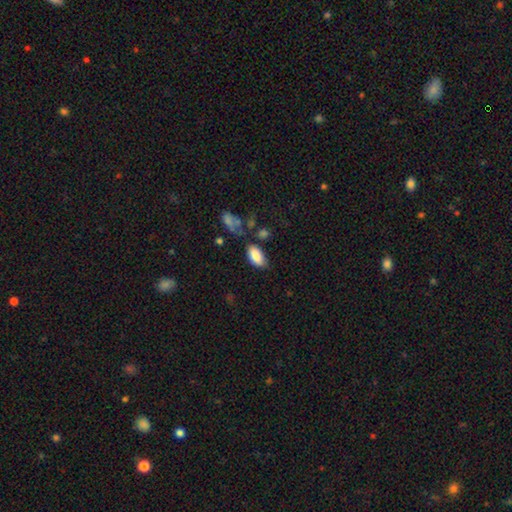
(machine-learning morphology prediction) Smooth or featured? smooth (85%)
How rounded? in between (94%)
Merging? none (63%)